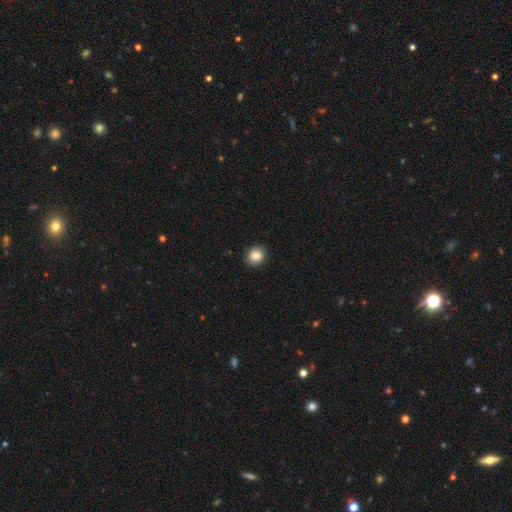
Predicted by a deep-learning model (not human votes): smooth_or_featured: smooth (p=0.87) [alt: star or artifact p=0.09]
how_rounded: round (p=0.74) [alt: in between p=0.25]
merging: none (p=0.88) [alt: minor disturbance p=0.09]